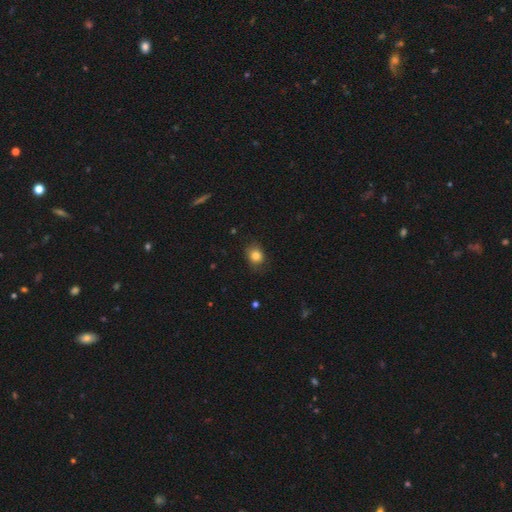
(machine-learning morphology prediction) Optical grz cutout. It shows a smooth galaxy with no disk features (82%) that is round (54%). Merging: none (78%).